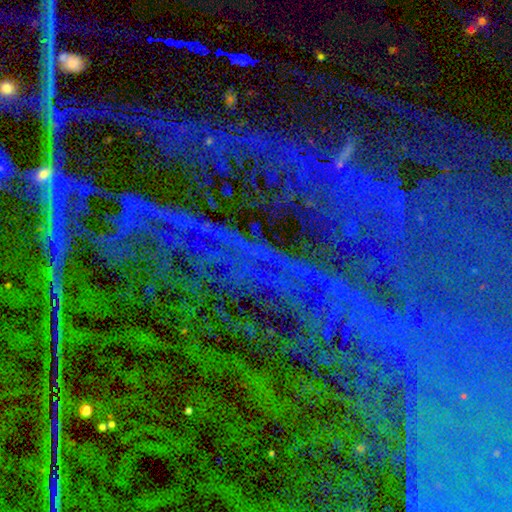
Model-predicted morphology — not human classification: Smooth or featured? star or artifact (83%)